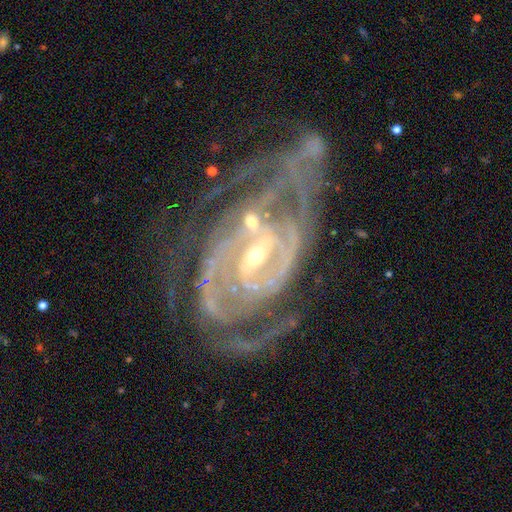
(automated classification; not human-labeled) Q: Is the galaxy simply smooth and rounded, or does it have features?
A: featured or disk — 91%.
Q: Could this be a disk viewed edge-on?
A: no — 96%.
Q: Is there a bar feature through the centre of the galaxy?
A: weak — 41%.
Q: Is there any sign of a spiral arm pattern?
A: yes — 97%.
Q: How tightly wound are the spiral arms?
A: tight — 63%.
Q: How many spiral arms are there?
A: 2 — 38%.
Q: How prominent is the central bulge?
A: small — 64%.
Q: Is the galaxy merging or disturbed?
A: none — 48%.